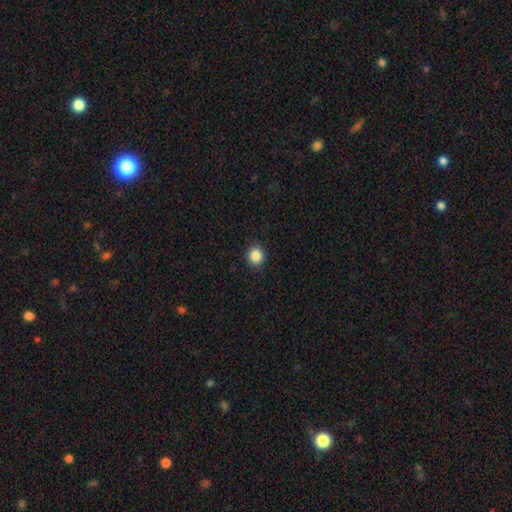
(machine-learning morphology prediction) Smooth or featured: smooth — 87% (star or artifact — 10%)
How rounded: round — 88% (in between — 11%)
Merging: none — 91% (minor disturbance — 6%)